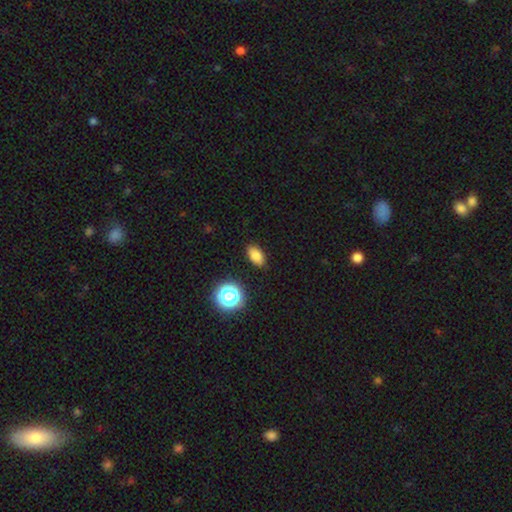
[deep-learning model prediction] Q: Smooth or featured?
A: smooth (81%); runner-up: star or artifact (13%)
Q: How rounded?
A: in between (86%); runner-up: round (10%)
Q: Merging?
A: none (87%); runner-up: minor disturbance (9%)